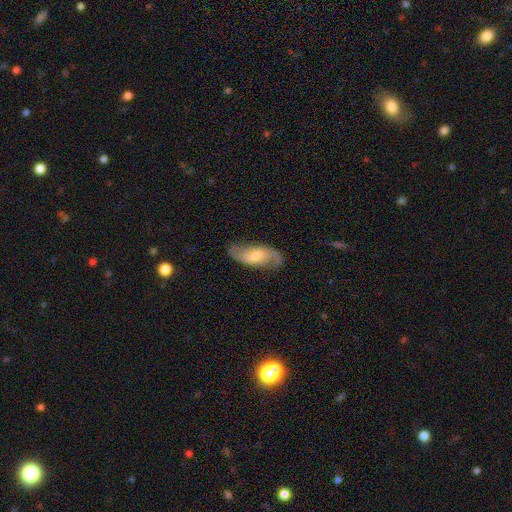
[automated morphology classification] featured or disk 77%, smooth 17%, star or artifact 6%. Down the decision tree: edge-on disk — no (93%); bar — weak (47%); spiral arms — yes (94%); spiral arm count — 2 (89%); spiral winding — loose (44%); bulge size — moderate (54%); merging — none (76%).